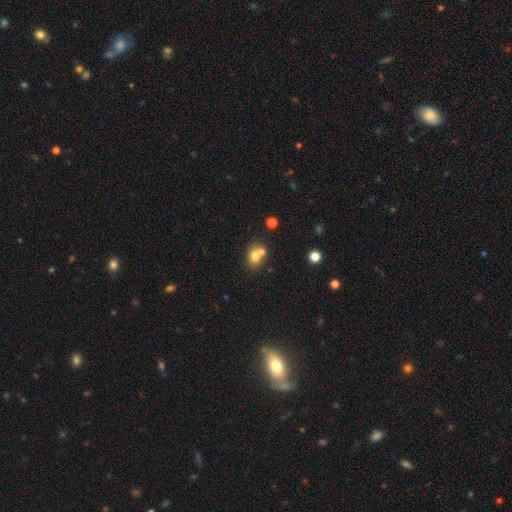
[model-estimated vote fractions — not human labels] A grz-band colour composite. It shows a smooth galaxy with no disk features (73%) that is round (50%). Merging: none (47%).